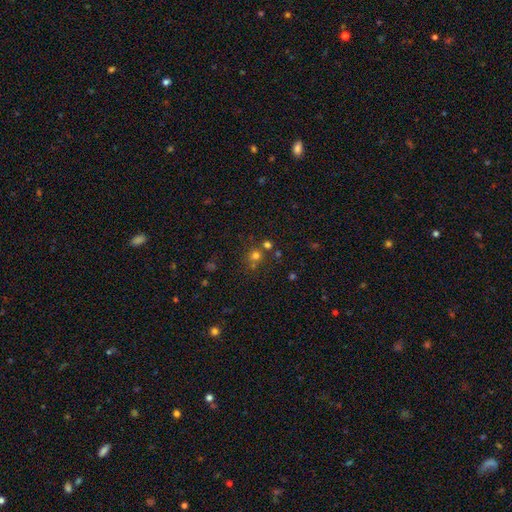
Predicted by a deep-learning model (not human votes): This appears to be a smooth galaxy with no disk features (66%) that is round (87%). Merging: none (63%).